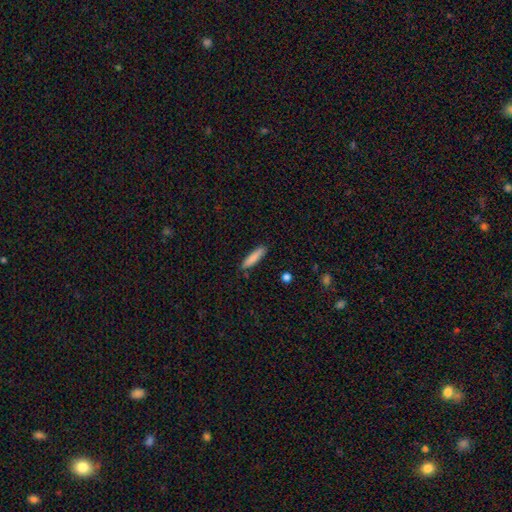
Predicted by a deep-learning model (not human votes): smooth 83%, featured or disk 11%, star or artifact 6%. Down the decision tree: how rounded — cigar-shaped (86%); merging — none (87%).